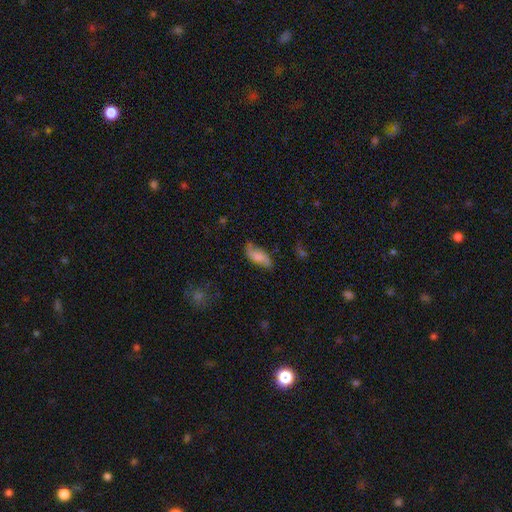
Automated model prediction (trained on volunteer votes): Smooth or featured? smooth (54%)
How rounded? in between (80%)
Merging? none (68%)